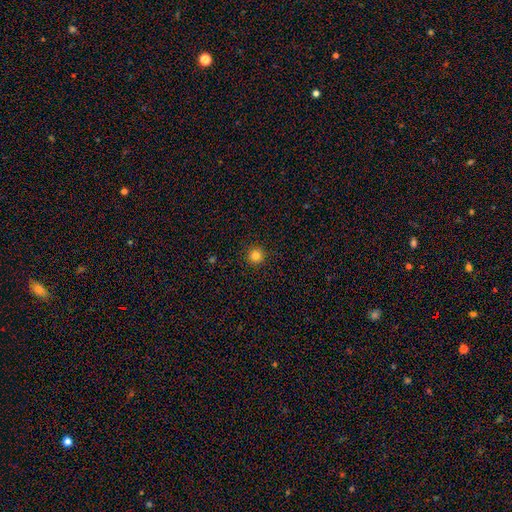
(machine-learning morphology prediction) The model was most divided on "smooth or featured": smooth: 82%, star or artifact: 14%, featured or disk: 5%. More confident: how rounded — round (96%); merging — none (93%).